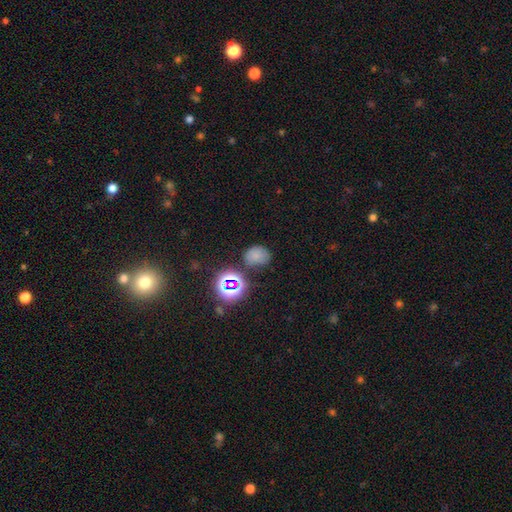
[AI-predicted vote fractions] Smooth or featured? Predicted: smooth (p=0.64). How rounded? Predicted: round (p=0.50). Merging? Predicted: none (p=0.64).